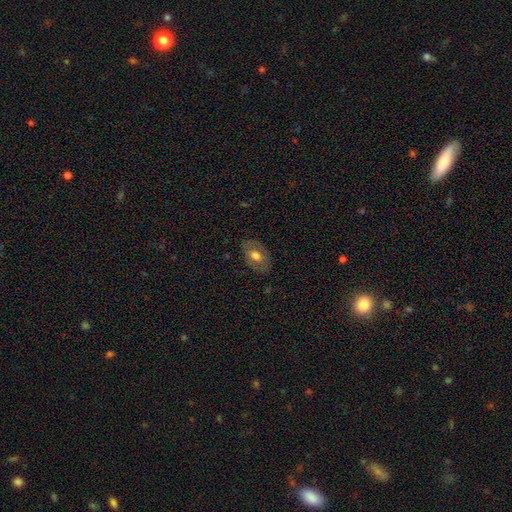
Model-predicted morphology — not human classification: smooth 55%, featured or disk 37%, star or artifact 7%. Down the decision tree: how rounded — in between (81%); merging — none (81%).